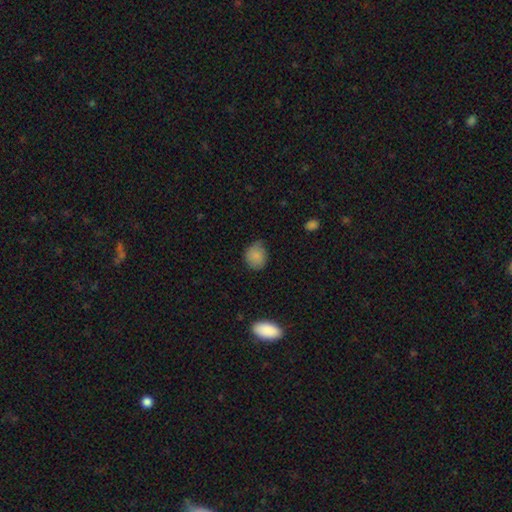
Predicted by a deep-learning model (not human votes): Morphology: type=smooth (84%); roundness=round (56%); merging=none (63%).